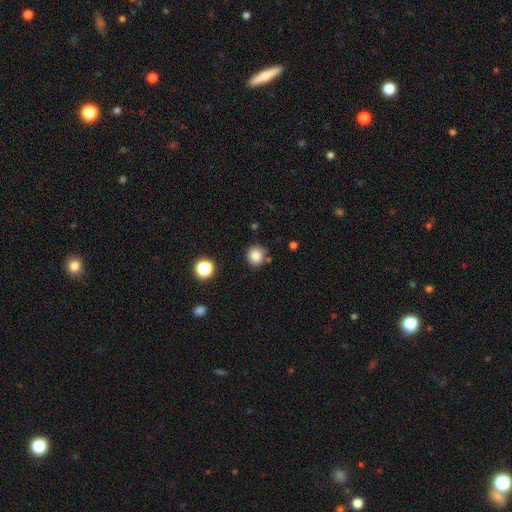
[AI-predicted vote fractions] Smooth or featured? smooth (84%)
How rounded? round (89%)
Merging? none (78%)